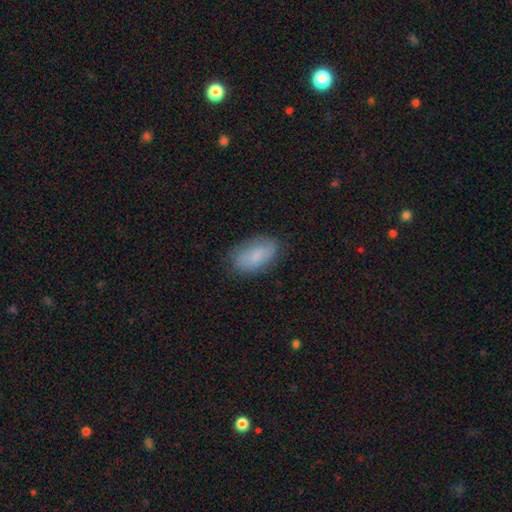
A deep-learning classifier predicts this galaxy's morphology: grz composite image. It shows a smooth galaxy with no disk features (77%) that is in between round and cigar-shaped (93%). Merging: none (77%).